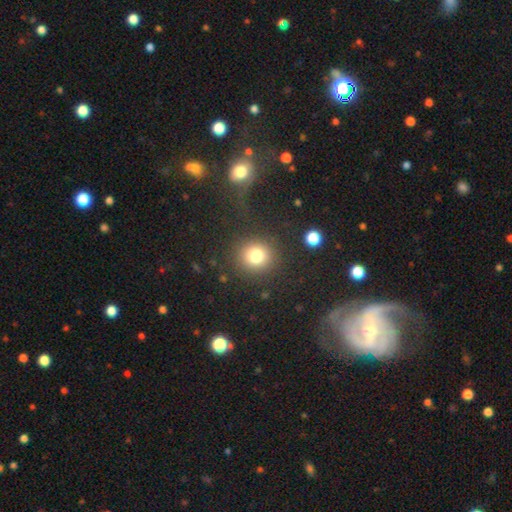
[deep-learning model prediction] Smooth or featured? smooth (79%)
How rounded? round (90%)
Merging? none (87%)